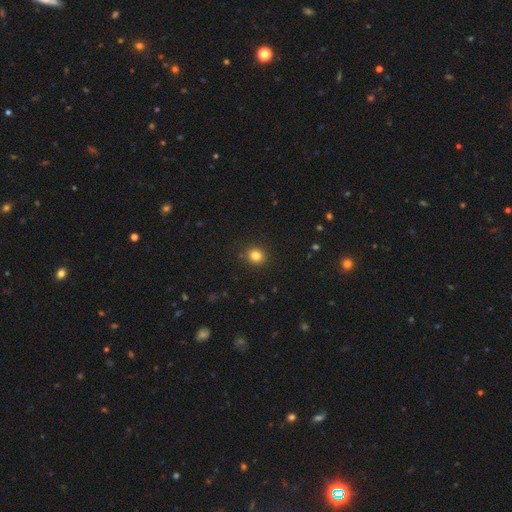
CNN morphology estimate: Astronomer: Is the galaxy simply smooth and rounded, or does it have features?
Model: smooth — 81%.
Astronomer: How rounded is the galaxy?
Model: round — 89%.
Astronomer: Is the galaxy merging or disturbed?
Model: none — 91%.